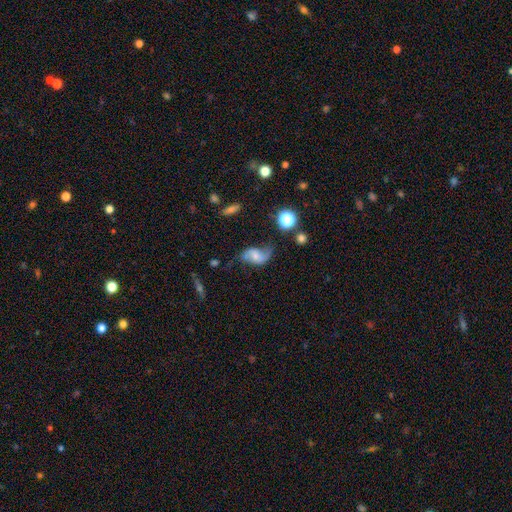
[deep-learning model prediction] Morphology: type=featured or disk (63%); edge-on=no (96%); bar=no (49%); spiral arms=yes (90%); winding=loose (76%); arm count=2 (88%); bulge=small (38%); merging=none (54%).